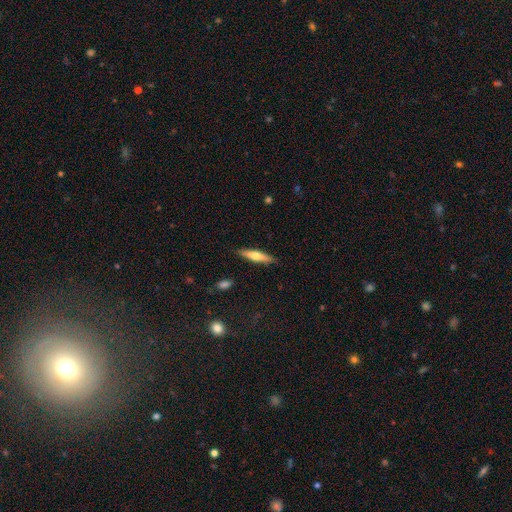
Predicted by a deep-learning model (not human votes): smooth 54%, featured or disk 40%, star or artifact 6%. Down the decision tree: how rounded — cigar-shaped (81%); merging — none (88%).